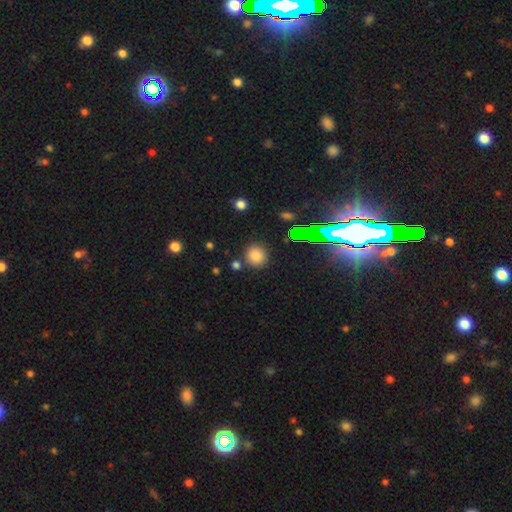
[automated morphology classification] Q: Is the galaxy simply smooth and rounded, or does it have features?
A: smooth — 77%.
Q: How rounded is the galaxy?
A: round — 90%.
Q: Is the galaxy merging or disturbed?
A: none — 83%.